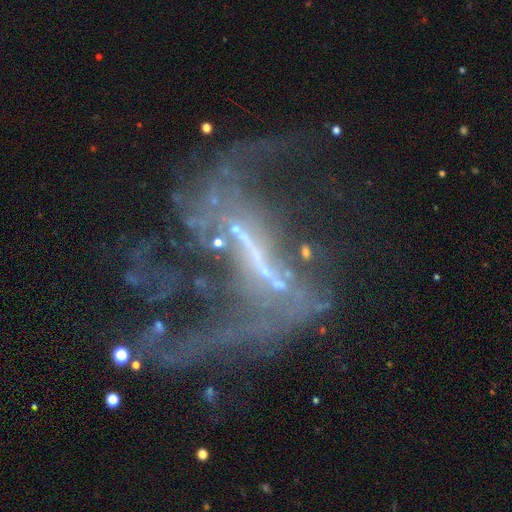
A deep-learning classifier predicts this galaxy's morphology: Smooth or featured? featured or disk (82%)
Edge-on disk? no (91%)
Bar? strong (63%)
Spiral arms? yes (77%)
Spiral winding? loose (79%)
Spiral arm count? 2 (74%)
Bulge size? none (49%)
Merging? major disturbance (43%)